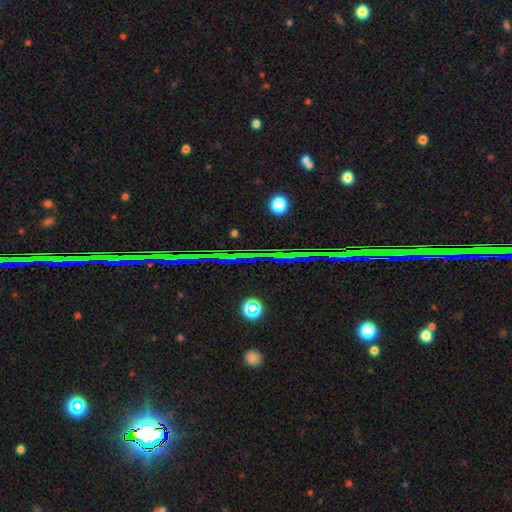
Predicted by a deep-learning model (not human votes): Smooth or featured? Predicted: star or artifact (p=0.84).